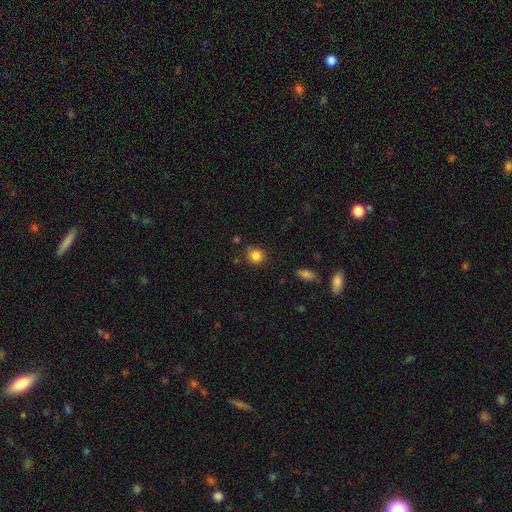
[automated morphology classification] Smooth or featured: smooth — 85% (star or artifact — 11%)
How rounded: round — 87% (in between — 12%)
Merging: none — 81% (minor disturbance — 13%)